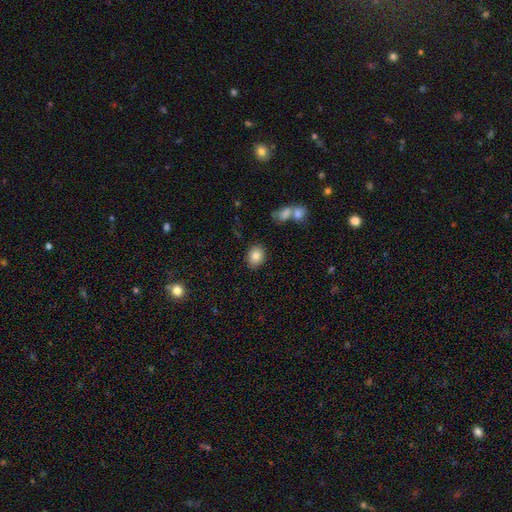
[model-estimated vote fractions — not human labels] Smooth or featured: smooth — 84% (star or artifact — 9%)
How rounded: in between — 53% (round — 46%)
Merging: none — 86% (minor disturbance — 9%)